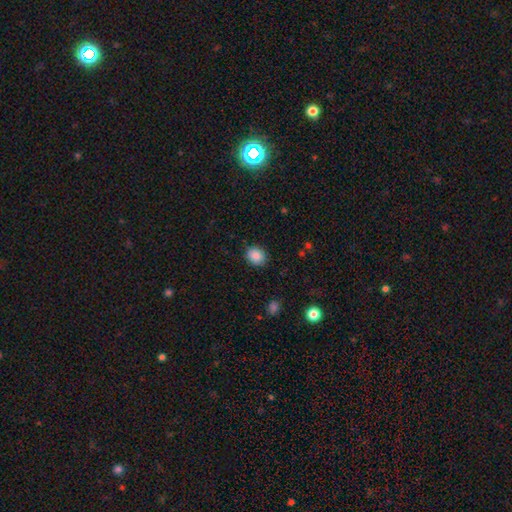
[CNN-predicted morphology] This is clearly a smooth galaxy (87%). How rounded: likely round (65%). Merging: clearly none (87%).